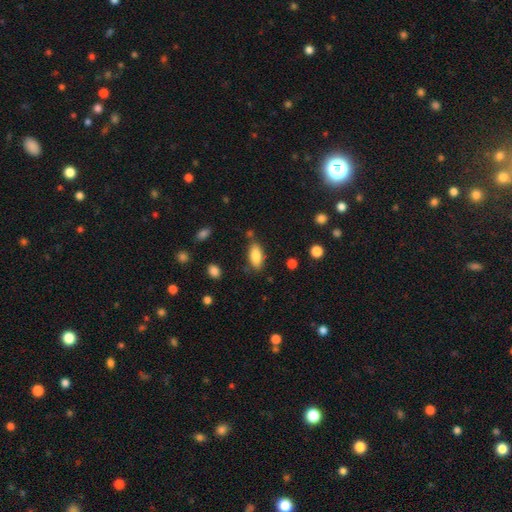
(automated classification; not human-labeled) Q: Smooth or featured?
A: smooth (84%); runner-up: featured or disk (9%)
Q: How rounded?
A: in between (86%); runner-up: cigar-shaped (12%)
Q: Merging?
A: none (78%); runner-up: minor disturbance (14%)